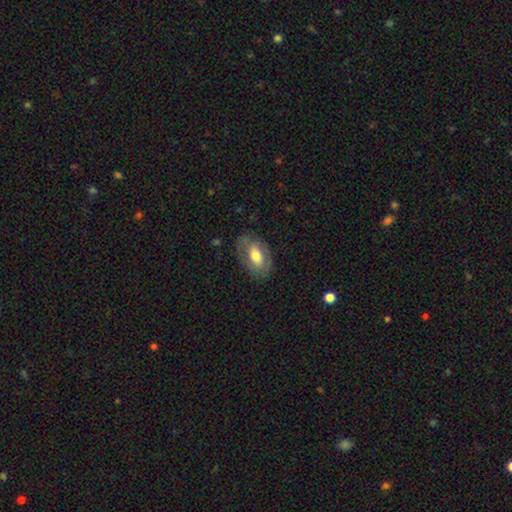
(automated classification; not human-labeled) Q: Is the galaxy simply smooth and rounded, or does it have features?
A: smooth — 52%.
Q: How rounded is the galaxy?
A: in between — 89%.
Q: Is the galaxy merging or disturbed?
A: none — 76%.